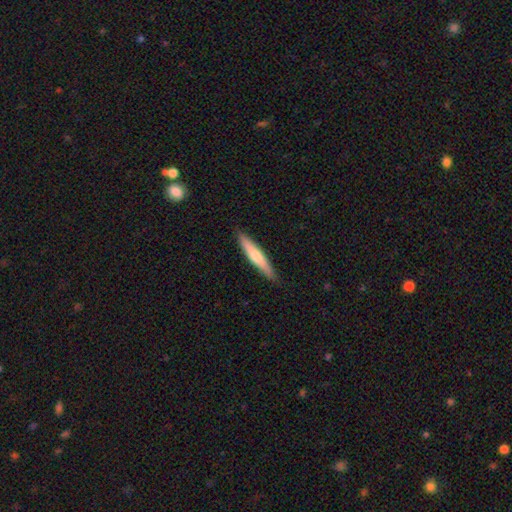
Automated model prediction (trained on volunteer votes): A smooth galaxy with no disk features (61%) that is cigar-shaped (91%).

Vote fractions:
- Smooth or featured? smooth: 61% / featured or disk: 34% / star or artifact: 5%
- How rounded? cigar-shaped: 91% / in between: 8% / round: 1%
- Merging? none: 89% / minor disturbance: 8% / major disturbance: 2% / merger: 1%